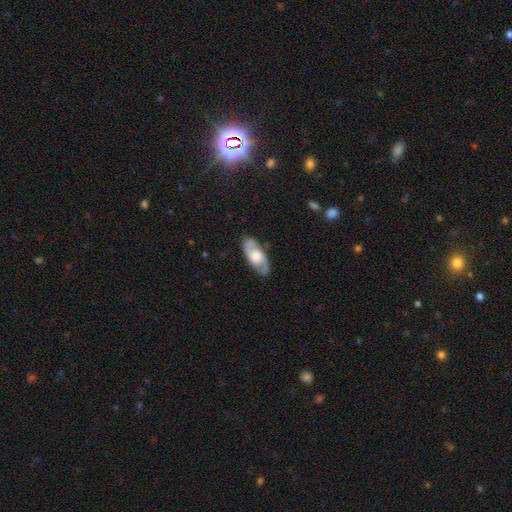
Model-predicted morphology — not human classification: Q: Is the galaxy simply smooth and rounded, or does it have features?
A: featured or disk — 64%.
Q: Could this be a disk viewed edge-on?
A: no — 85%.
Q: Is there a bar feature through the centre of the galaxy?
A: no — 68%.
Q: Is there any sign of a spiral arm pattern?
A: yes — 81%.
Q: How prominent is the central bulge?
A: large — 41%.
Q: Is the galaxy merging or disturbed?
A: none — 83%.